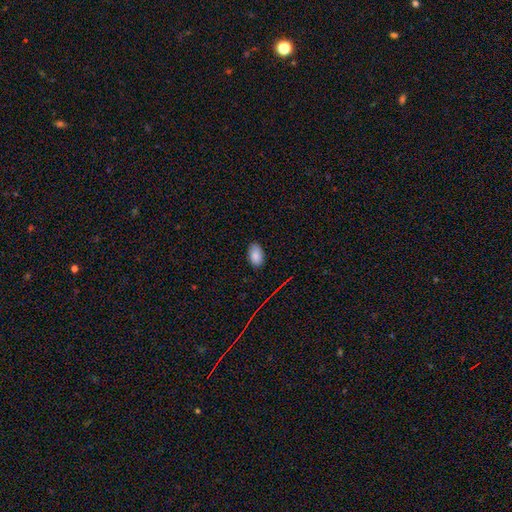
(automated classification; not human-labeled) A smooth galaxy with no disk features (84%) that is in between round and cigar-shaped (93%).

Vote fractions:
- Smooth or featured? smooth: 84% / star or artifact: 10% / featured or disk: 6%
- How rounded? in between: 93% / round: 5% / cigar-shaped: 1%
- Merging? none: 85% / minor disturbance: 12% / major disturbance: 2% / merger: 1%